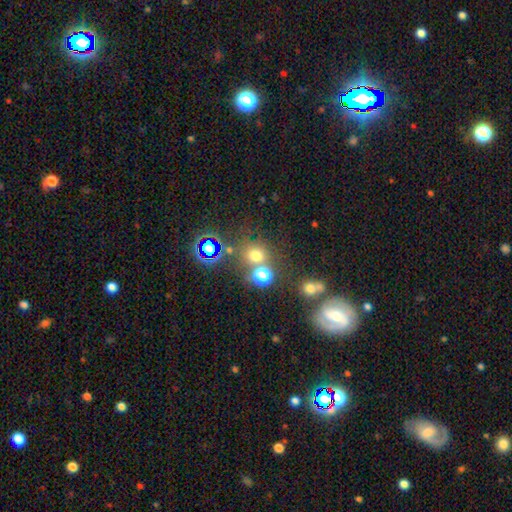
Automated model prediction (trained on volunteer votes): A smooth galaxy with no disk features (62%) that is round (85%).

Vote fractions:
- Smooth or featured? smooth: 62% / star or artifact: 30% / featured or disk: 8%
- How rounded? round: 85% / in between: 14% / cigar-shaped: 1%
- Merging? none: 69% / merger: 17% / minor disturbance: 9% / major disturbance: 5%